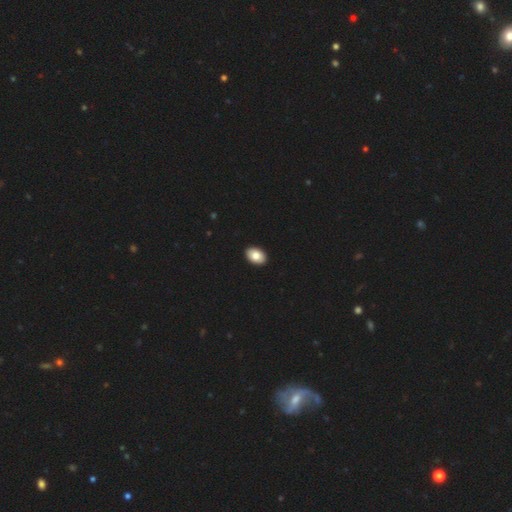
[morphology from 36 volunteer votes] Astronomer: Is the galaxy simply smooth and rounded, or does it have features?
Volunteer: smooth — 89%.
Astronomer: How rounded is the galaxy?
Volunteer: in between — 91%.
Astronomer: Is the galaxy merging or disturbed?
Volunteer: none — 97%.